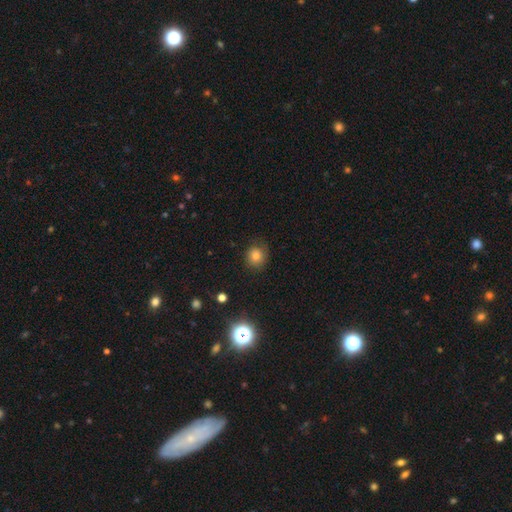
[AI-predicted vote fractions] This appears to be a smooth galaxy with no disk features (77%) that is round (83%). Merging: none (75%).